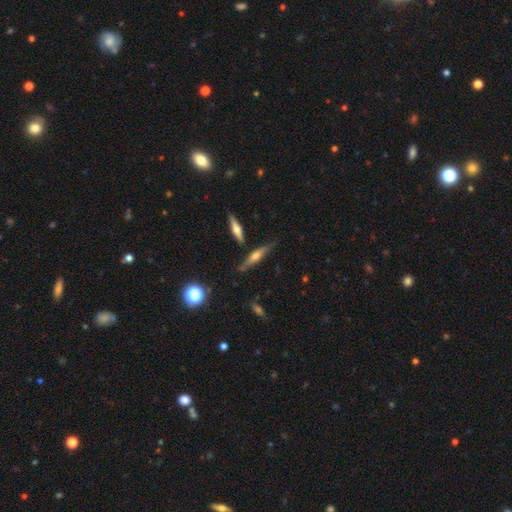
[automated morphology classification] The model was most divided on "smooth or featured": featured or disk: 66%, smooth: 25%, star or artifact: 8%. More confident: edge-on disk — yes (94%); edge-on bulge — rounded (86%); merging — none (72%).